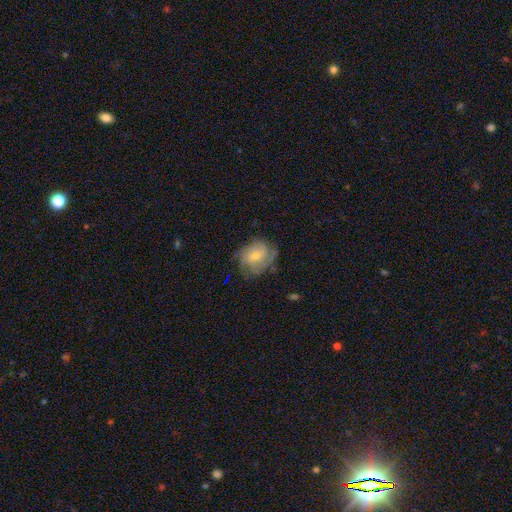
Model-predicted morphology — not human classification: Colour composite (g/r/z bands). It shows a featured or disk galaxy (71%) with no bar (57%), tight (51%) spiral arms (90%) and a small central bulge (53%). Merging: none (63%).